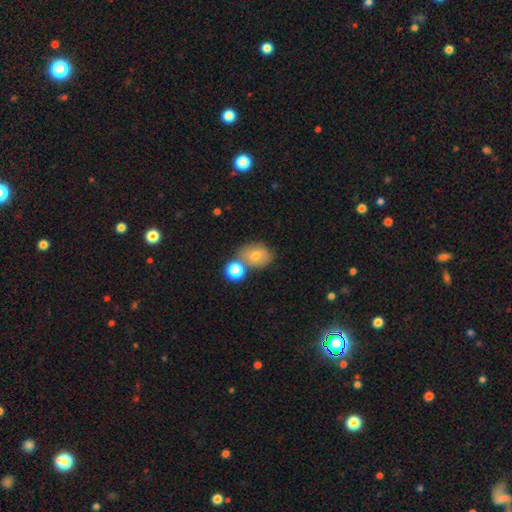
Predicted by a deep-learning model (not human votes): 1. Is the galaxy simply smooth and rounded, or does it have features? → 69% smooth, 17% featured or disk, 15% star or artifact.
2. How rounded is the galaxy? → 52% round, 47% in between, 1% cigar-shaped.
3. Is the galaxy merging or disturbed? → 59% none, 22% merger, 14% minor disturbance, 5% major disturbance.